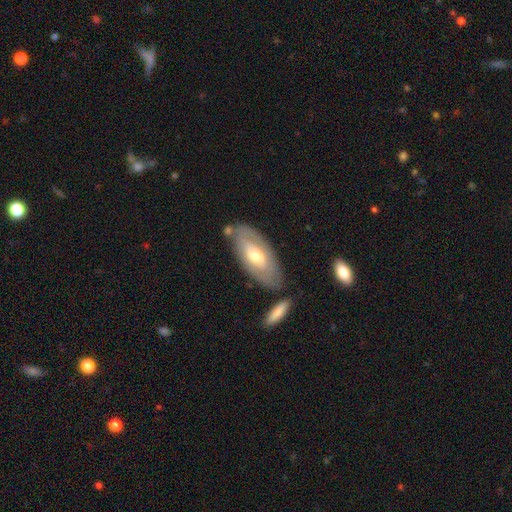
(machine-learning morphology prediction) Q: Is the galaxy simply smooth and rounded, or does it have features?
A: featured or disk — 54%.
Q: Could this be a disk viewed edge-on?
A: no — 83%.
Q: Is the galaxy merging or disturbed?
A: none — 72%.